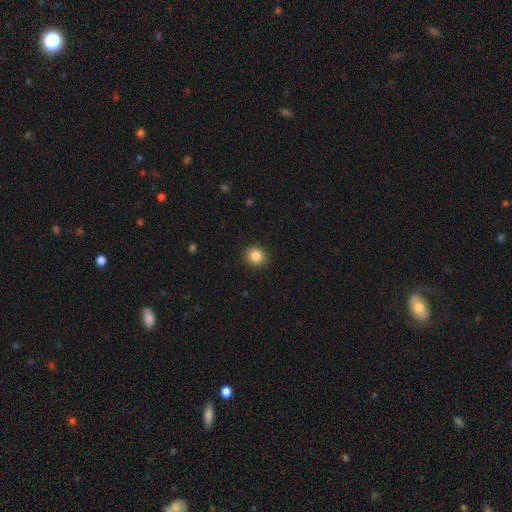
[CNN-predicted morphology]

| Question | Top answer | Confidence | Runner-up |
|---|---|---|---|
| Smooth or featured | smooth | 86% | star or artifact (10%) |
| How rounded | round | 86% | in between (13%) |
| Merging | none | 91% | minor disturbance (6%) |